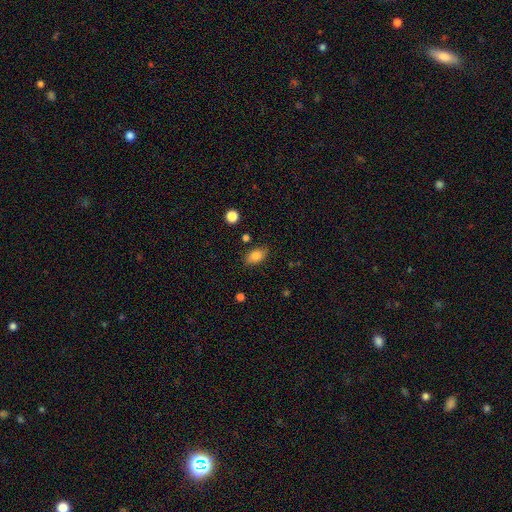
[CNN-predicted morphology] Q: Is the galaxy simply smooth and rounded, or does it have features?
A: smooth — 82%.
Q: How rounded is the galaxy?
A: in between — 88%.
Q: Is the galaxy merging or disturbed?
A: none — 83%.